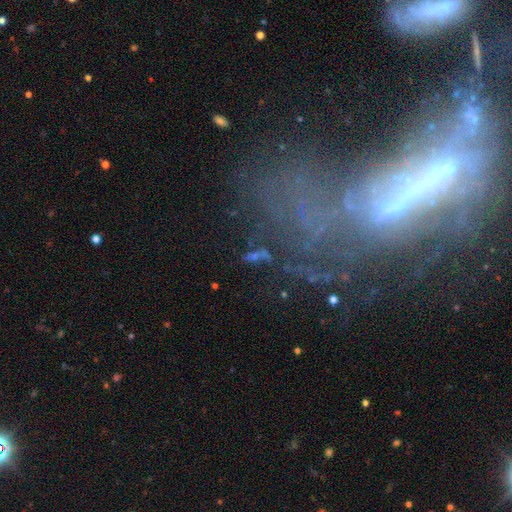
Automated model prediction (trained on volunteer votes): A featured or disk galaxy (50%). Merging: none (60%).